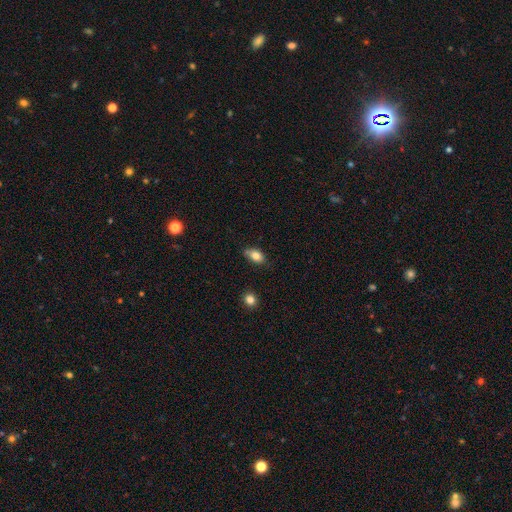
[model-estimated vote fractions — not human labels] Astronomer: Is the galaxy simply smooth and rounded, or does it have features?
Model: smooth — 81%.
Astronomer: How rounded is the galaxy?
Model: in between — 87%.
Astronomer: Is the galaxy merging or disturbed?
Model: none — 69%.